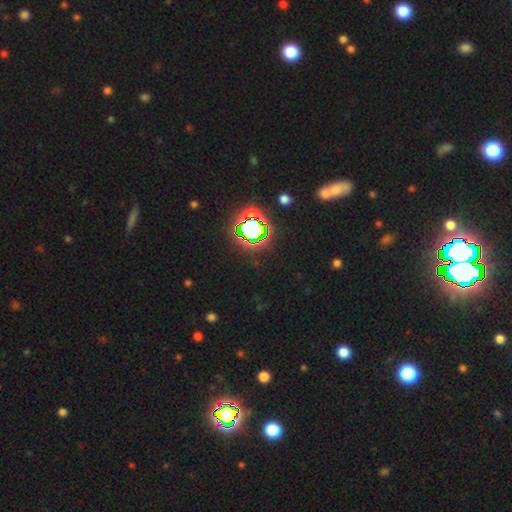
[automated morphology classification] This appears to be a star or artifact, not a galaxy (79%).